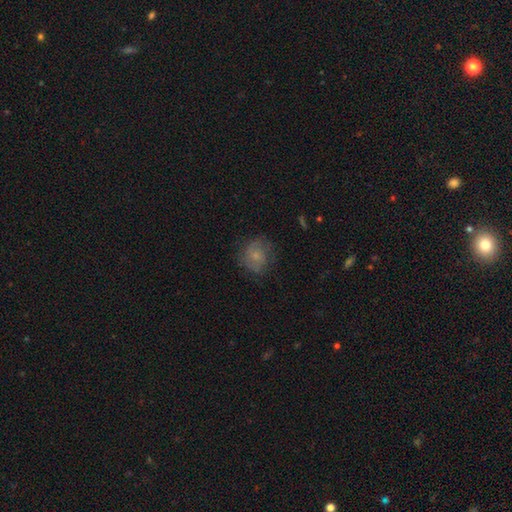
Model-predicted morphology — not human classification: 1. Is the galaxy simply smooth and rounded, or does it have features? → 66% smooth, 24% featured or disk, 10% star or artifact.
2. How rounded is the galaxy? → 78% round, 21% in between, 1% cigar-shaped.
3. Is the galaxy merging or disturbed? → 70% none, 20% minor disturbance, 9% major disturbance, 1% merger.